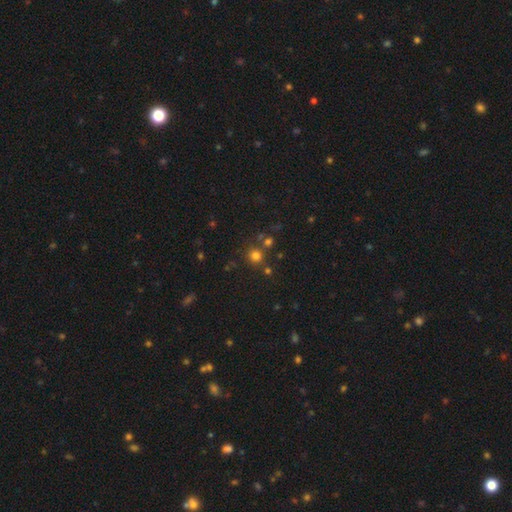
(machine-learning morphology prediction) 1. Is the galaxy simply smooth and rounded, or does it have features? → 73% smooth, 21% star or artifact, 7% featured or disk.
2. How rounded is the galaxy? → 91% round, 8% in between, 1% cigar-shaped.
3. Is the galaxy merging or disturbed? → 74% none, 15% merger, 8% minor disturbance, 3% major disturbance.